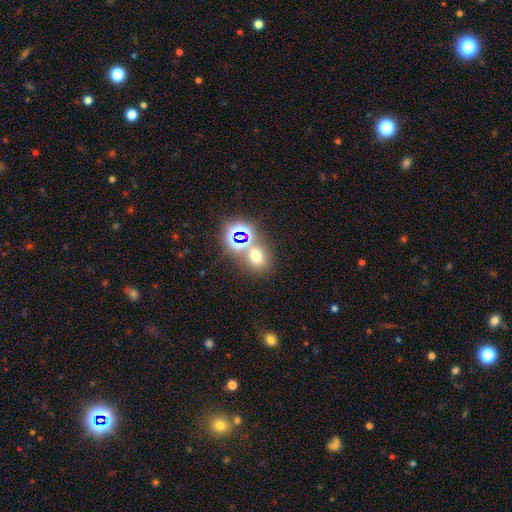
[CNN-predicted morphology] Smooth or featured?
  - smooth: 54% *
  - star or artifact: 36%
  - featured or disk: 10%
How rounded?
  - round: 63% *
  - in between: 35%
  - cigar-shaped: 1%
Merging?
  - none: 63% *
  - merger: 23%
  - minor disturbance: 9%
  - major disturbance: 4%